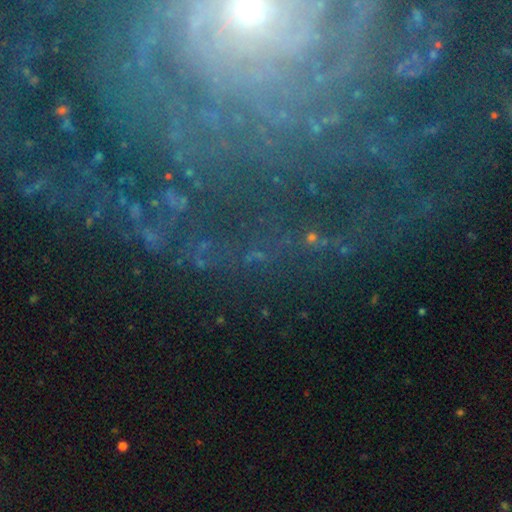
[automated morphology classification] A star or artifact, not a galaxy (62%).